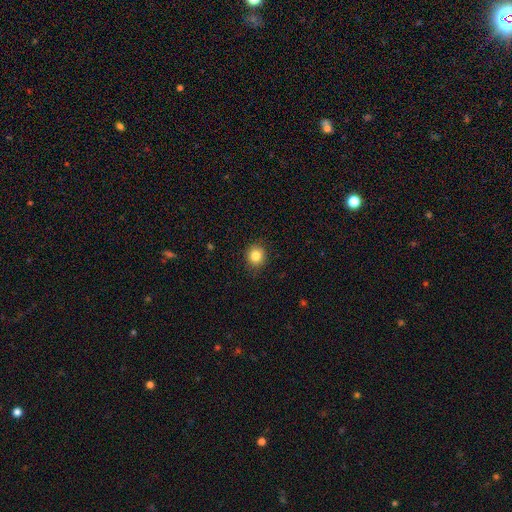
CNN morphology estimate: The model was most divided on "how rounded": round: 85%, in between: 14%, cigar-shaped: 1%. More confident: merging — none (89%); smooth or featured — smooth (83%).